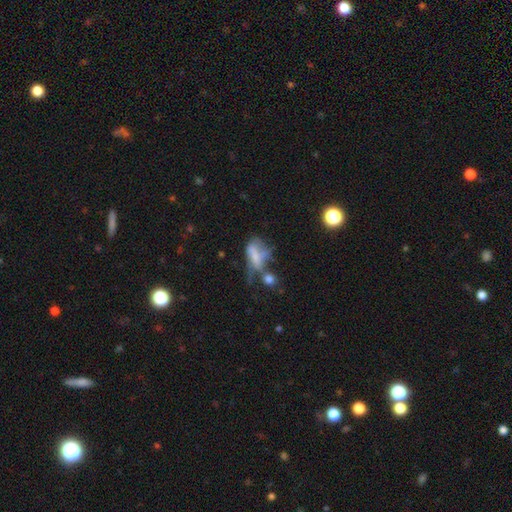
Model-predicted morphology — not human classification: Q: Smooth or featured?
A: smooth (51%); runner-up: featured or disk (37%)
Q: How rounded?
A: in between (81%); runner-up: round (10%)
Q: Merging?
A: major disturbance (37%); runner-up: merger (30%)